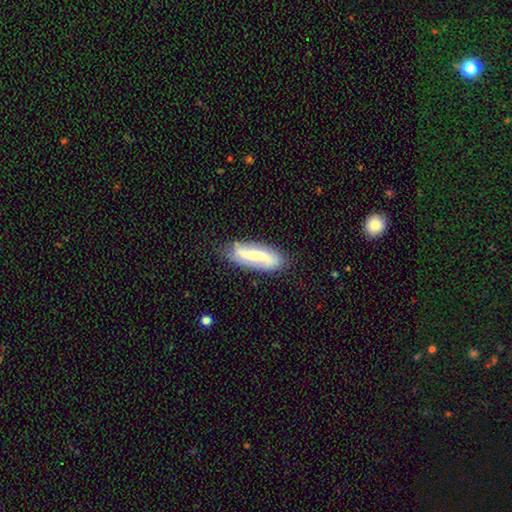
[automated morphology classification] type=featured or disk (61%); edge-on=no (83%); bar=strong (44%); spiral arms=yes (86%); bulge=small (45%); merging=none (78%).